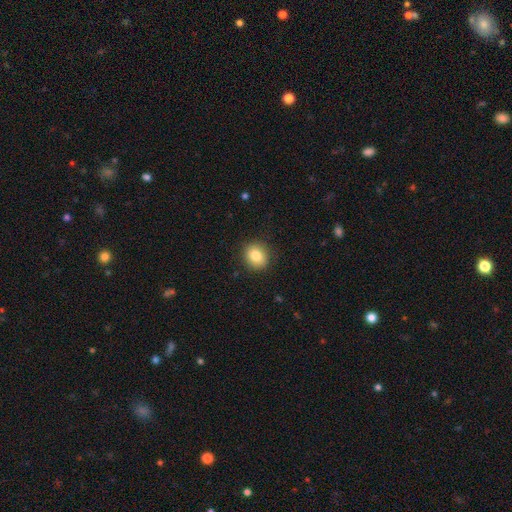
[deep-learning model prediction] Morphology: type=smooth (83%); roundness=round (71%); merging=none (89%).